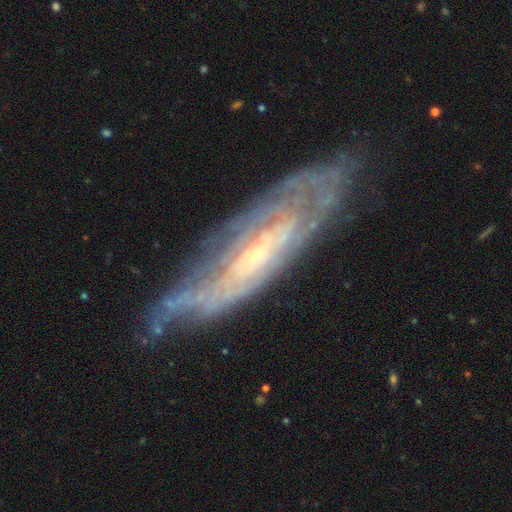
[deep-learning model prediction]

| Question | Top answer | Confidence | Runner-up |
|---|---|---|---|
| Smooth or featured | featured or disk | 81% | smooth (13%) |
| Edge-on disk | no | 73% | yes (27%) |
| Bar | no | 51% | weak (36%) |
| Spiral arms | yes | 85% | no (15%) |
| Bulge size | small | 70% | moderate (23%) |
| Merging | none | 66% | minor disturbance (22%) |